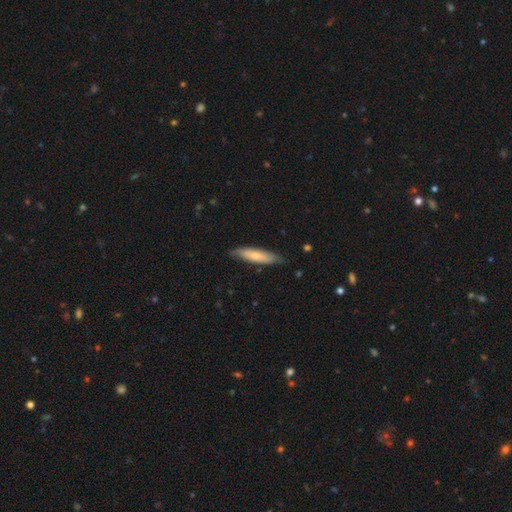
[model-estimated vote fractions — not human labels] Overall: smooth (66%; featured or disk 29%). How rounded: cigar-shaped (74%). Merging: none (79%).